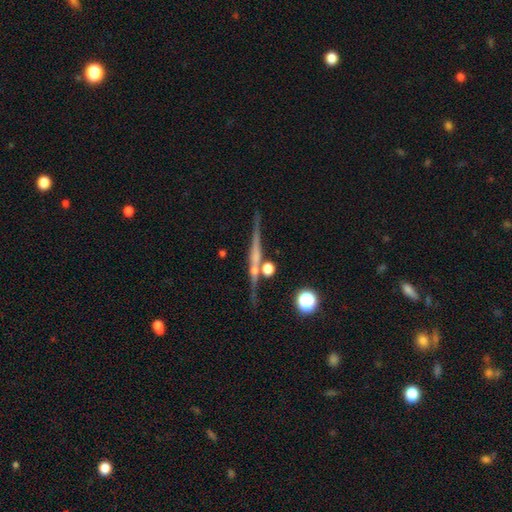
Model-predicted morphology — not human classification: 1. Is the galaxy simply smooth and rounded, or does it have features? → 70% featured or disk, 20% smooth, 11% star or artifact.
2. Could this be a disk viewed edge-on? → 96% yes, 4% no.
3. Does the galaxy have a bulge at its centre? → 52% rounded, 35% none, 14% boxy.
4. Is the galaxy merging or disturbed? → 78% none, 10% minor disturbance, 9% merger, 3% major disturbance.